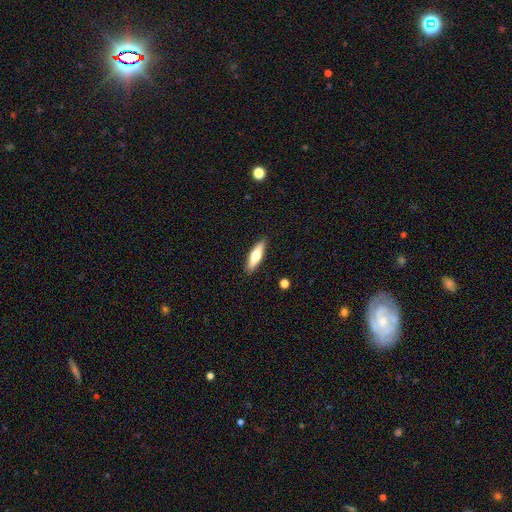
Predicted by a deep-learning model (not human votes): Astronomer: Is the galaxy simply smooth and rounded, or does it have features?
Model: smooth — 63%.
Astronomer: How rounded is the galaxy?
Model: cigar-shaped — 58% (runner-up: in between, 40%).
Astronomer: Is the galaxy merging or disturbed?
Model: none — 89%.